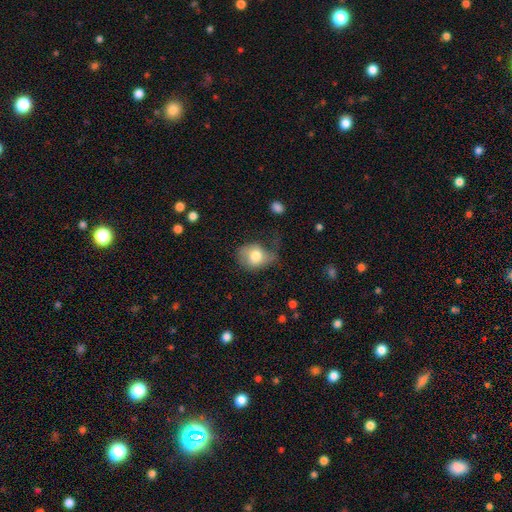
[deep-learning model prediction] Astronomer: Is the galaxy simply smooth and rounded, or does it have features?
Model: smooth — 71%.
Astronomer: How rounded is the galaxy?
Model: round — 51% (runner-up: in between, 48%).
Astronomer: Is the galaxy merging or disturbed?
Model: minor disturbance — 33%, tied with none at 33%.